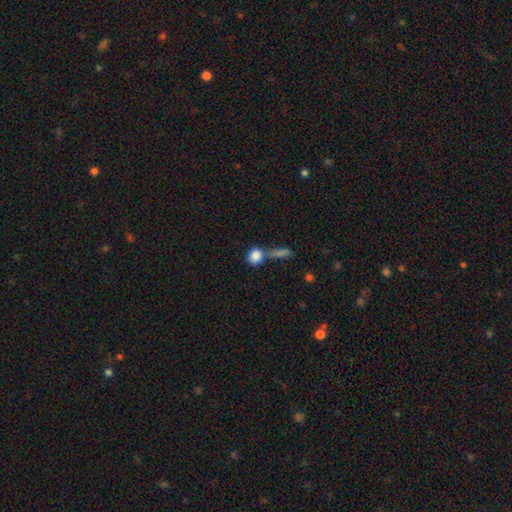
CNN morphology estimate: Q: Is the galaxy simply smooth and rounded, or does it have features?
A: smooth — 85%.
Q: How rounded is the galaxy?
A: round — 71%.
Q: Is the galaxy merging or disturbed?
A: none — 48%.